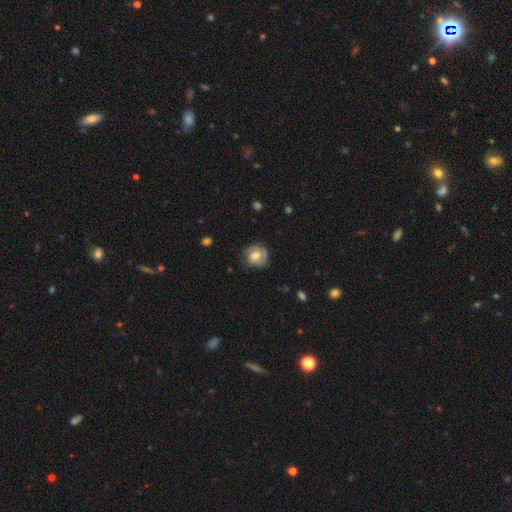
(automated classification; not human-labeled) A featured or disk galaxy (49%). Merging: none (68%).